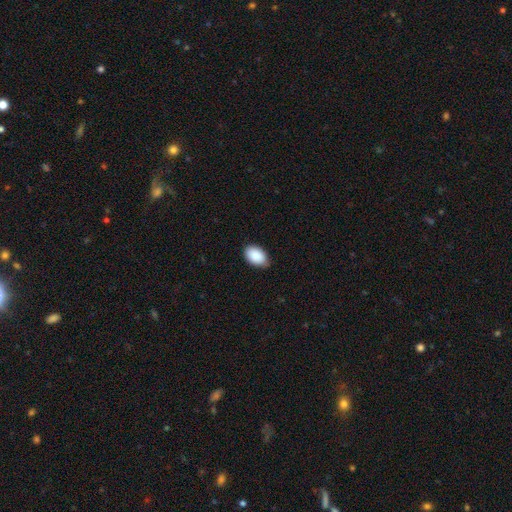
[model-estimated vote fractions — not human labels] Morphology: type=smooth (90%); roundness=in between (91%); merging=none (76%).